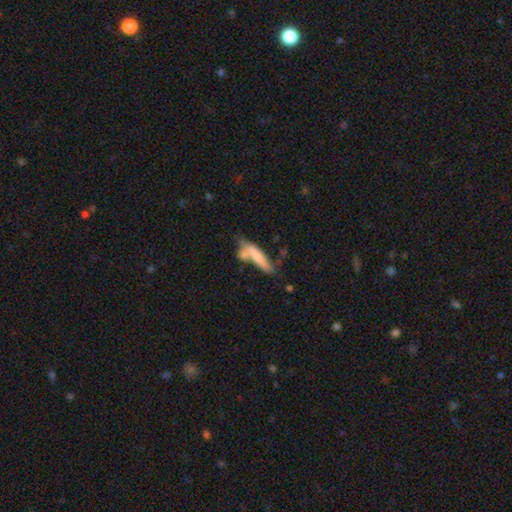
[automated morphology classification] The model was most divided on "merging": none: 40%, merger: 31%, minor disturbance: 20%, major disturbance: 10%. More confident: how rounded — cigar-shaped (74%); smooth or featured — smooth (62%).